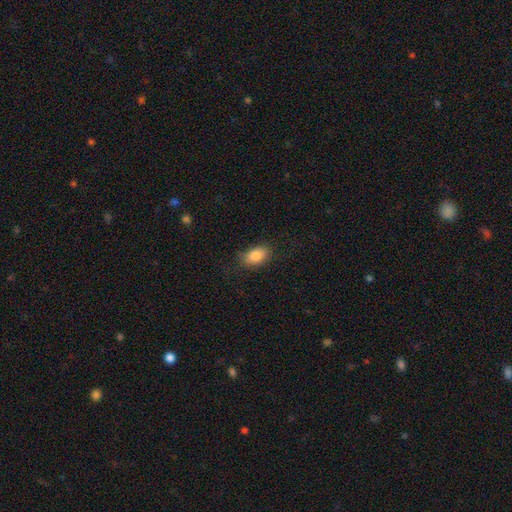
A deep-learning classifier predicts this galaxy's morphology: Smooth or featured: smooth — 85% (star or artifact — 8%)
How rounded: in between — 89% (round — 9%)
Merging: none — 81% (minor disturbance — 14%)